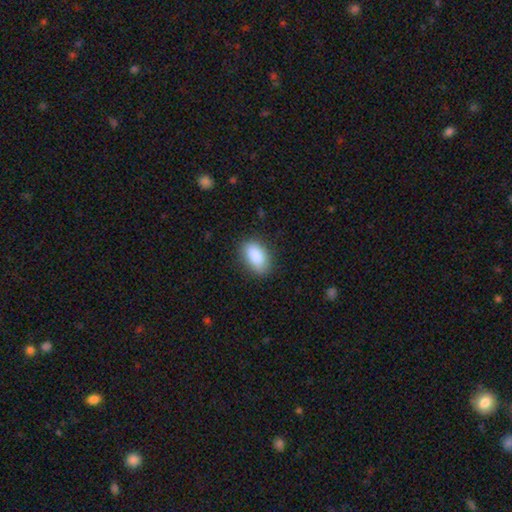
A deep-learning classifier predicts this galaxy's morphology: This appears to be a smooth galaxy with no disk features (89%) that is in between round and cigar-shaped (92%). Merging: none (84%).